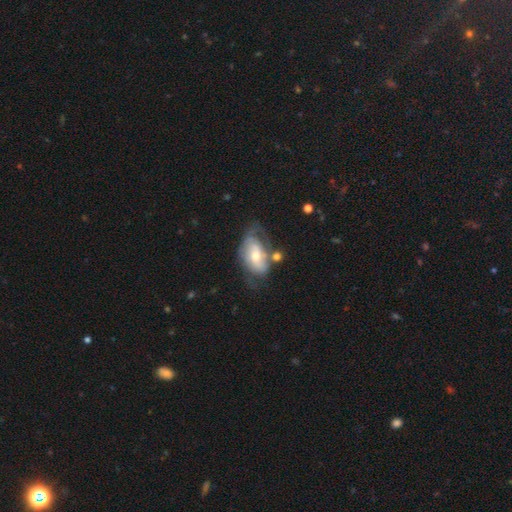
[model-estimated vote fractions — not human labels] A featured or disk galaxy (60%) with no bar (58%), spiral arms (72%) and a moderate central bulge (58%).

Vote fractions:
- Smooth or featured? featured or disk: 60% / smooth: 33% / star or artifact: 6%
- Edge-on disk? no: 94% / yes: 6%
- Bar? no: 58% / weak: 32% / strong: 10%
- Spiral arms? yes: 72% / no: 28%
- Bulge size? moderate: 58% / small: 34% / large: 6% / none: 2% / dominant: 1%
- Merging? none: 40% / minor disturbance: 26% / major disturbance: 22% / merger: 12%